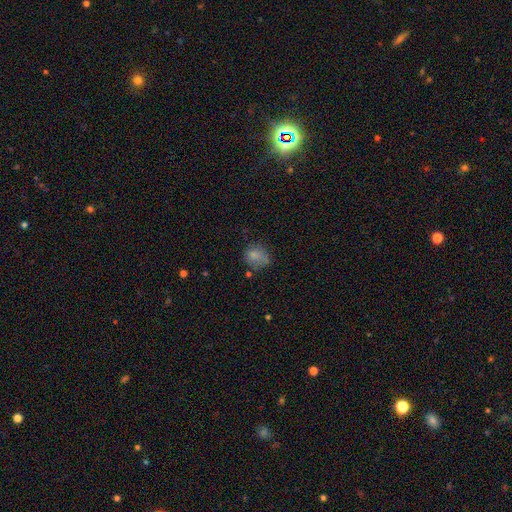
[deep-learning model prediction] smooth 75%, star or artifact 14%, featured or disk 11%. Down the decision tree: how rounded — round (66%); merging — none (55%).